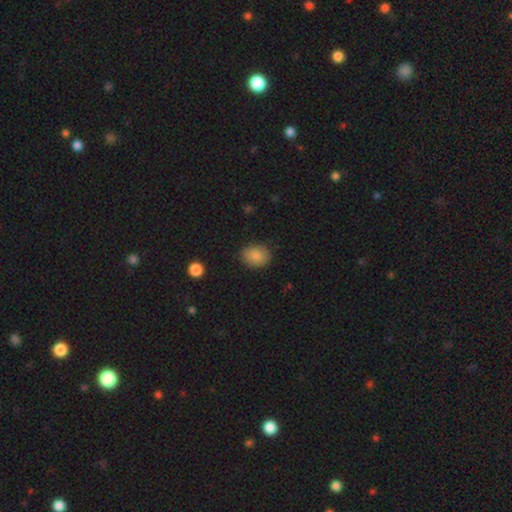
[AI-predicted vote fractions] Smooth or featured: smooth — 85% (star or artifact — 8%)
How rounded: in between — 53% (round — 46%)
Merging: none — 85% (minor disturbance — 11%)